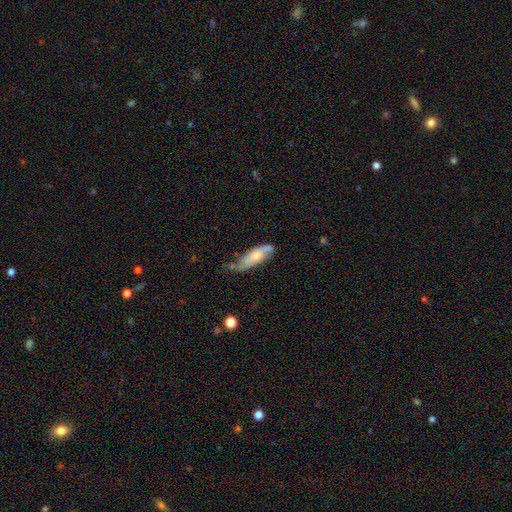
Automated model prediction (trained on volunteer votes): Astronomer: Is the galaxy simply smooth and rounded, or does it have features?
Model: smooth — 49% (runner-up: featured or disk, 45%).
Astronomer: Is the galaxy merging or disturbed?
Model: none — 44% (runner-up: minor disturbance, 37%).